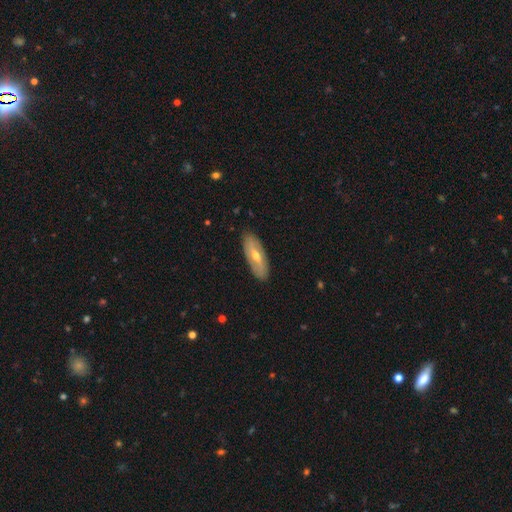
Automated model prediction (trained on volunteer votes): A featured or disk galaxy (55%). Merging: none (88%).